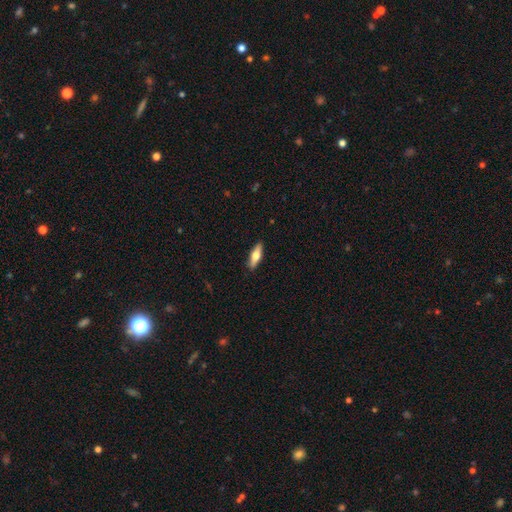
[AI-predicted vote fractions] smooth_or_featured: smooth (p=0.52) [alt: featured or disk p=0.42]
how_rounded: cigar-shaped (p=0.51) [alt: in between p=0.46]
merging: none (p=0.90) [alt: minor disturbance p=0.08]